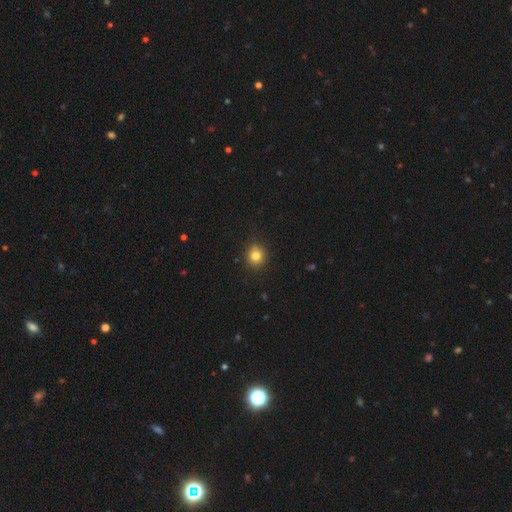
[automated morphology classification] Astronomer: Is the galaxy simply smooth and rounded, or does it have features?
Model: smooth — 82%.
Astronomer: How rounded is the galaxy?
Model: round — 83%.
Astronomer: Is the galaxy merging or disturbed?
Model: none — 88%.